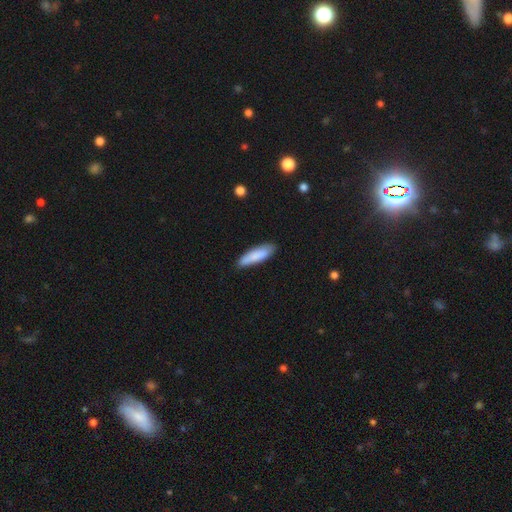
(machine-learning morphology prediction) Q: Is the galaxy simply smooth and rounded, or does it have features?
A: smooth — 83%.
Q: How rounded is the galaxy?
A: cigar-shaped — 61%.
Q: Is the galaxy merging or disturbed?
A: none — 79%.